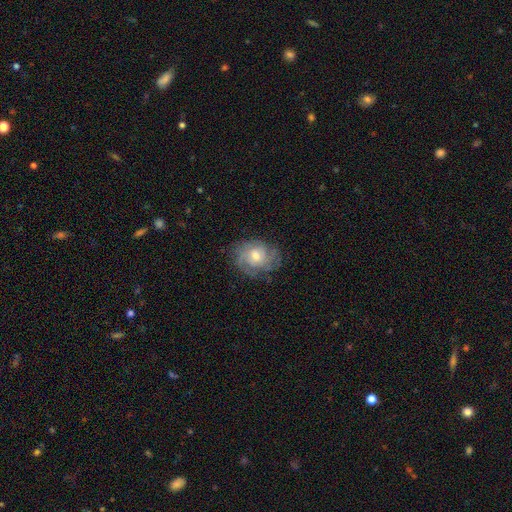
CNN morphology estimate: featured or disk 75%, smooth 18%, star or artifact 8%. Down the decision tree: edge-on disk — no (97%); bar — no (75%); spiral arms — yes (92%); spiral arm count — can't tell (38%); spiral winding — tight (62%); bulge size — moderate (61%); merging — none (76%).